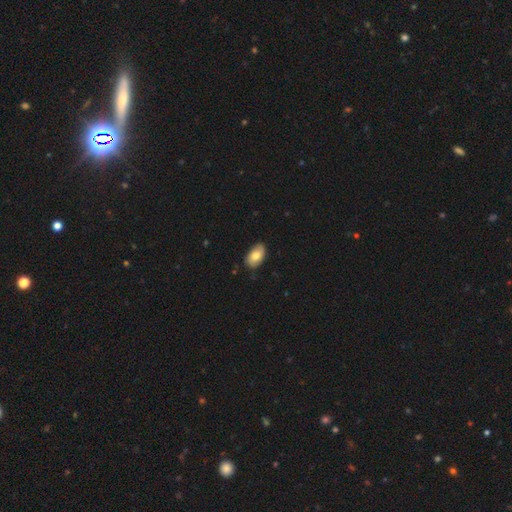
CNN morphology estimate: Smooth or featured? smooth (76%)
How rounded? in between (94%)
Merging? none (80%)